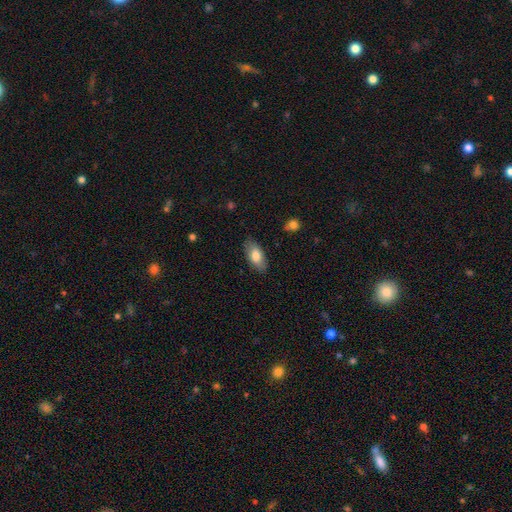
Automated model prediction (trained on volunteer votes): Smooth or featured? smooth (78%)
How rounded? in between (91%)
Merging? none (83%)